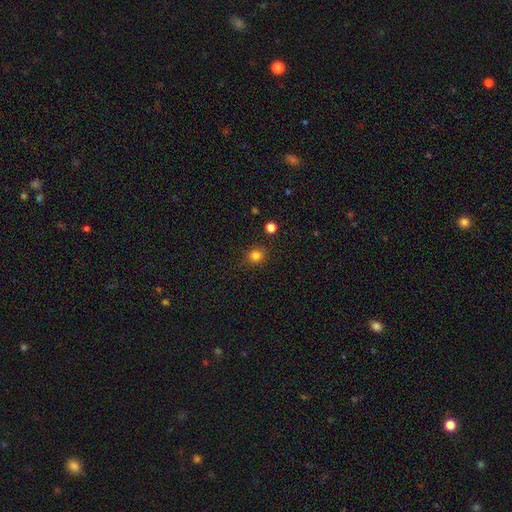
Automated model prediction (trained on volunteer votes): smooth 82%, star or artifact 14%, featured or disk 4%. Down the decision tree: how rounded — round (88%); merging — none (87%).